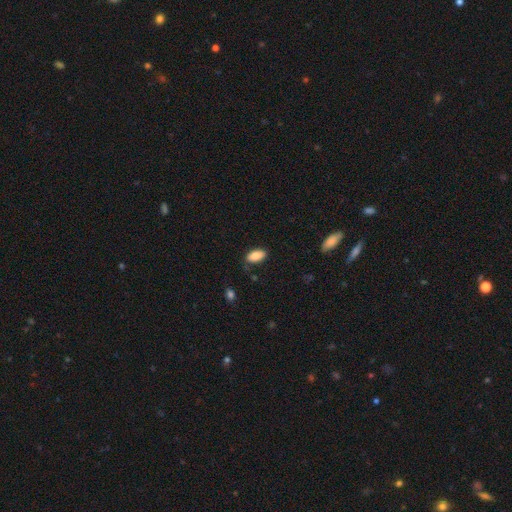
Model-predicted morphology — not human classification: A smooth galaxy with no disk features (88%) that is in between round and cigar-shaped (92%). Merging: none (80%).